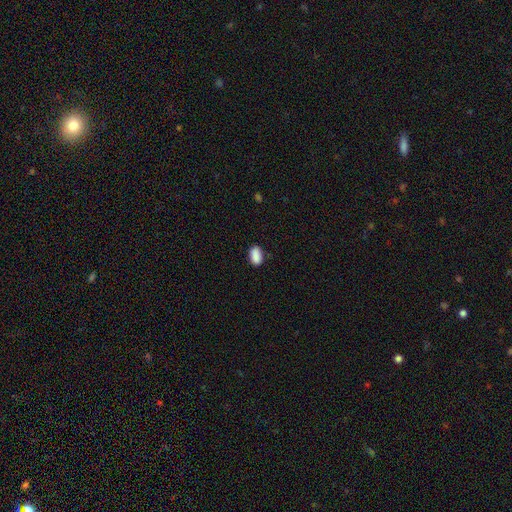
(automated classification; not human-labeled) Smooth or featured: smooth — 89% (star or artifact — 8%)
How rounded: in between — 91% (round — 7%)
Merging: none — 82% (minor disturbance — 14%)